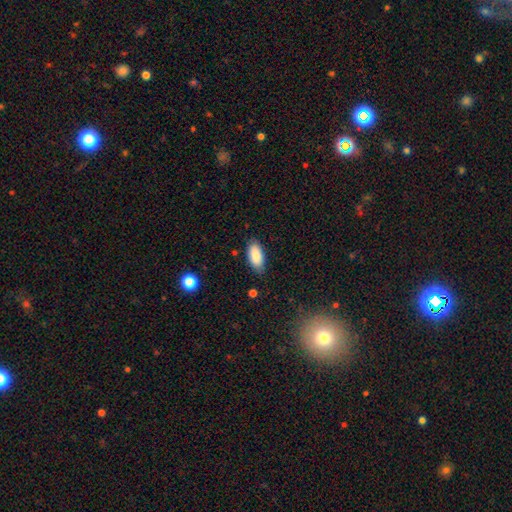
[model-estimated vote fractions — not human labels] Smooth or featured?
  - smooth: 89% *
  - star or artifact: 7%
  - featured or disk: 5%
How rounded?
  - in between: 89% *
  - cigar-shaped: 9%
  - round: 2%
Merging?
  - none: 82% *
  - minor disturbance: 14%
  - major disturbance: 3%
  - merger: 1%